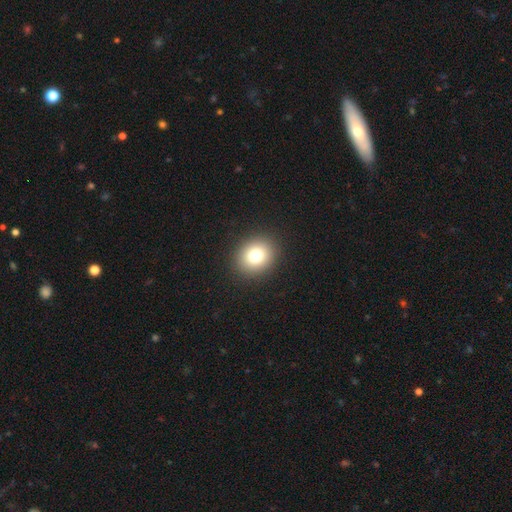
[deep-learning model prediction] Smooth or featured: smooth — 77% (star or artifact — 13%)
How rounded: round — 73% (in between — 26%)
Merging: none — 91% (minor disturbance — 6%)